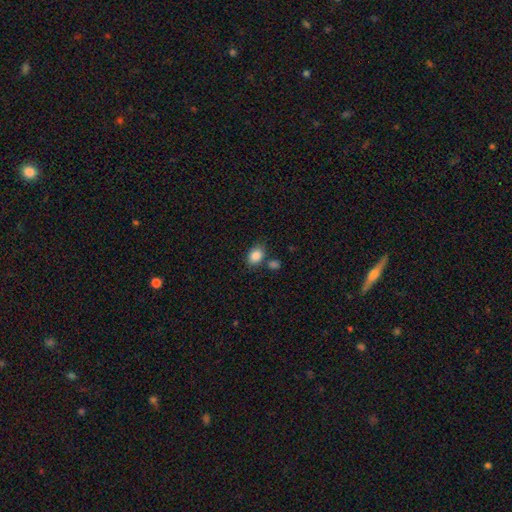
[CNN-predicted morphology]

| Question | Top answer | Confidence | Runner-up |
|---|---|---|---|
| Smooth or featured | smooth | 87% | star or artifact (9%) |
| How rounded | in between | 75% | round (24%) |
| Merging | none | 69% | minor disturbance (14%) |